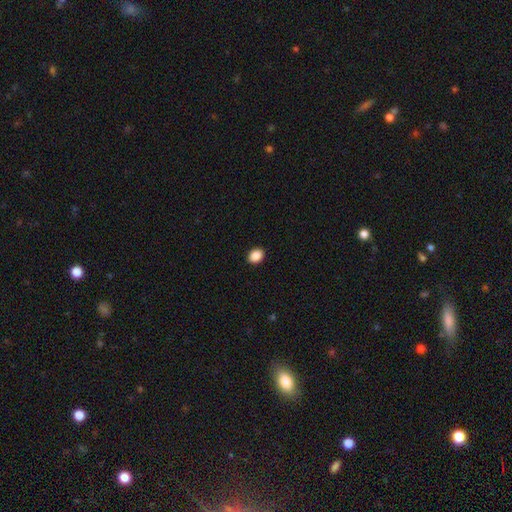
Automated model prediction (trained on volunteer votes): This appears to be a smooth galaxy with no disk features (89%) that is in between round and cigar-shaped (53%). Merging: none (92%).